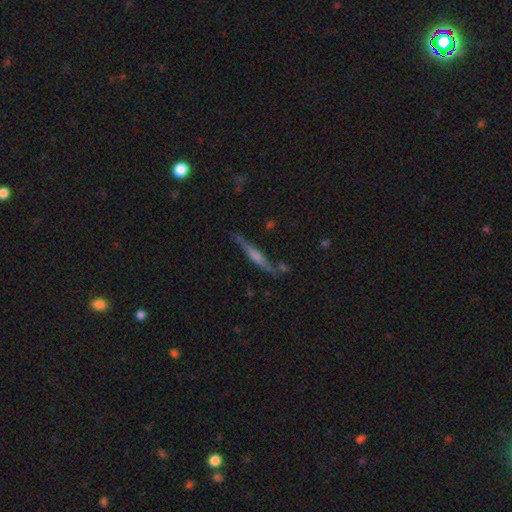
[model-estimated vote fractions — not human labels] This is likely a featured or disk galaxy (68%). It is clearly viewed edge-on (95%). Edge-on bulge: possibly rounded (48%). Merging: likely none (77%).